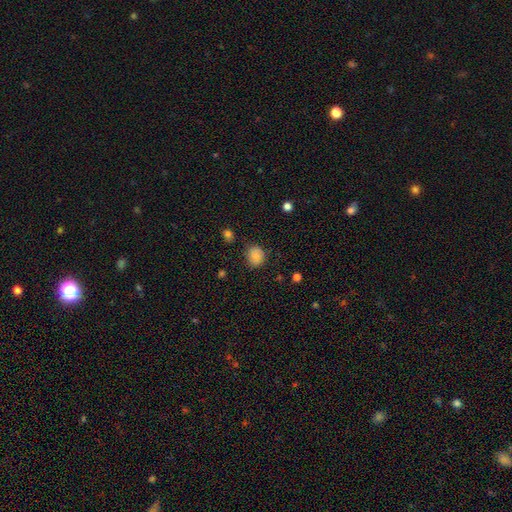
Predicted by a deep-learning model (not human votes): Morphology: type=smooth (78%); roundness=round (74%); merging=none (78%).